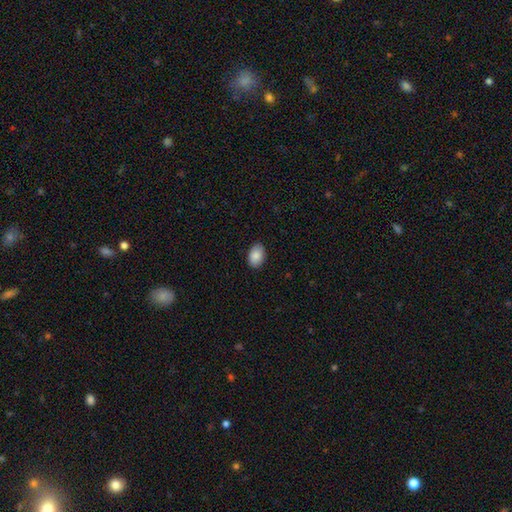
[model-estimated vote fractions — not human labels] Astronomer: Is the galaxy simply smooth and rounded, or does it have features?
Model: smooth — 89%.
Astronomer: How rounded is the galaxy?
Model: in between — 86%.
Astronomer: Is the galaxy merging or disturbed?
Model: none — 89%.